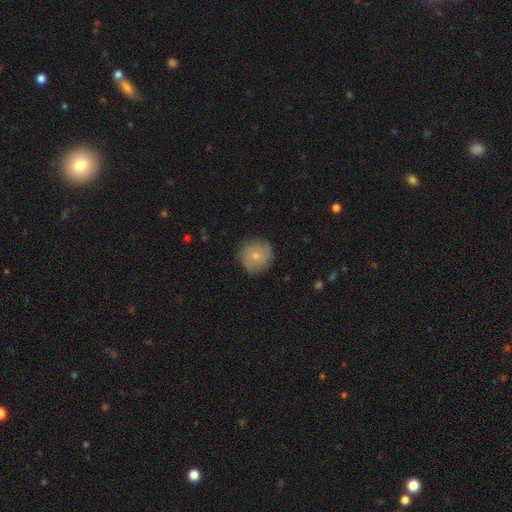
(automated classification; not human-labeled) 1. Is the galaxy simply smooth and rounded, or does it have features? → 68% smooth, 25% featured or disk, 7% star or artifact.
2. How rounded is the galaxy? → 92% round, 7% in between, 1% cigar-shaped.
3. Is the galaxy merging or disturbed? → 79% none, 16% minor disturbance, 4% major disturbance, 1% merger.